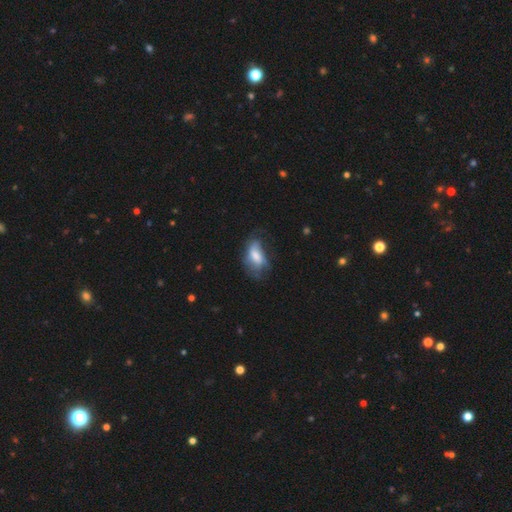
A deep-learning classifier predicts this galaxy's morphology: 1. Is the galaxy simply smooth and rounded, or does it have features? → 60% smooth, 31% featured or disk, 9% star or artifact.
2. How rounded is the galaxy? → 88% in between, 6% cigar-shaped, 6% round.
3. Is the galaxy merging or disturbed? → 38% none, 30% minor disturbance, 29% major disturbance, 3% merger.